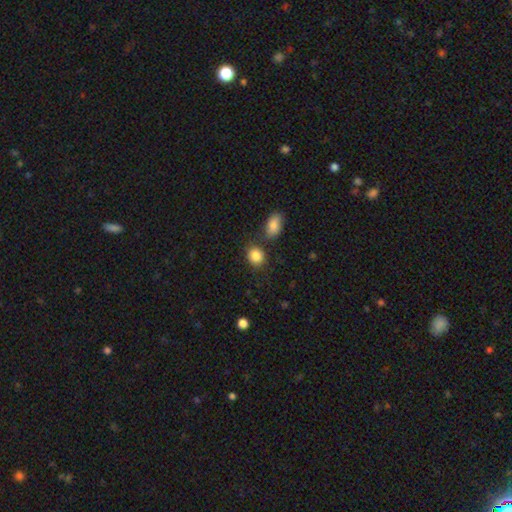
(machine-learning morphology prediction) A smooth galaxy with no disk features (86%) that is round (64%). Merging: none (75%).